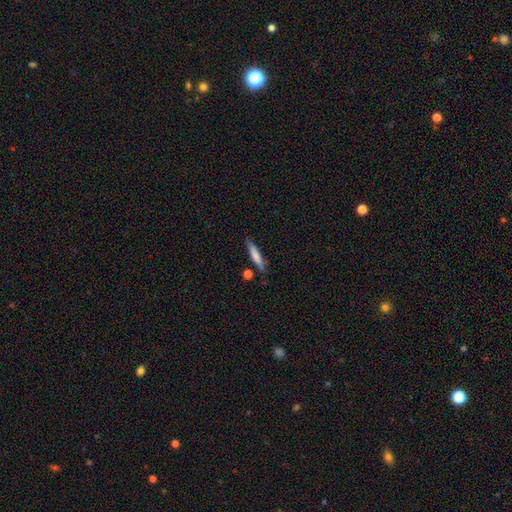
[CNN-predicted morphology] Overall: smooth (70%). How rounded: cigar-shaped (90%). Merging: none (80%).